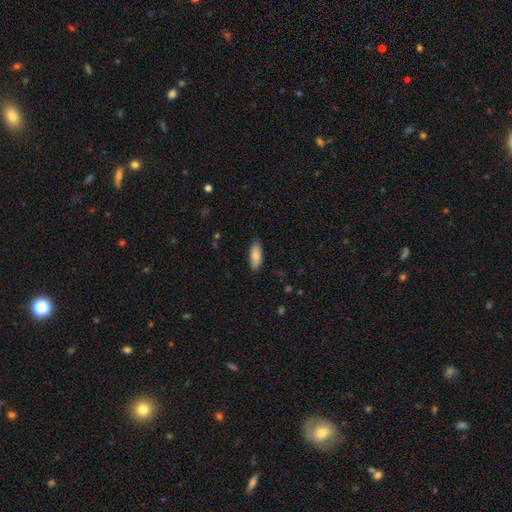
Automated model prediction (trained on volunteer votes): Smooth or featured? smooth (83%)
How rounded? in between (77%)
Merging? none (86%)